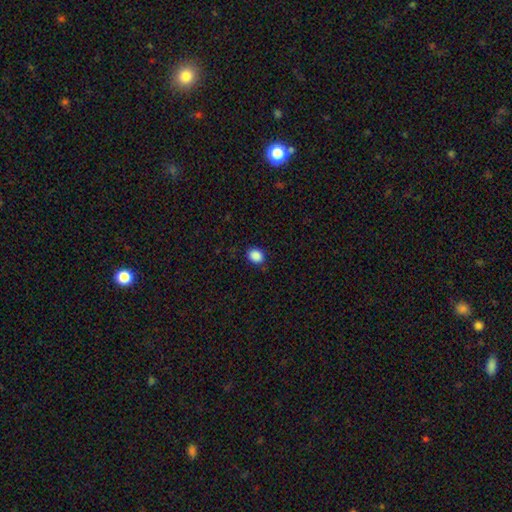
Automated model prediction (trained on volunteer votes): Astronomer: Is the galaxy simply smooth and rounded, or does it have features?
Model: smooth — 89%.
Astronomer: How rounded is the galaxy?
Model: in between — 59% (runner-up: round, 40%).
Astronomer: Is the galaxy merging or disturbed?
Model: none — 86%.